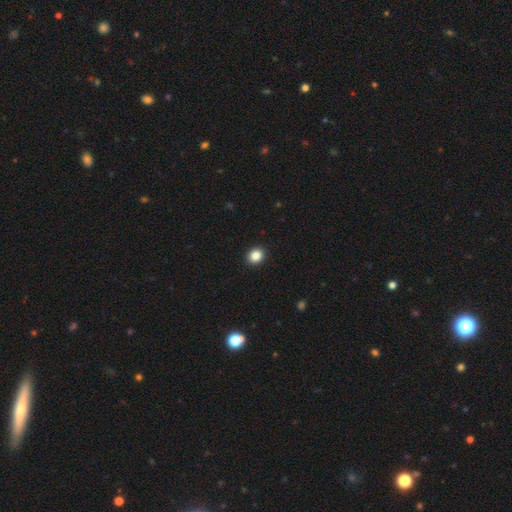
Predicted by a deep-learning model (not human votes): smooth_or_featured: smooth (p=0.86) [alt: star or artifact p=0.10]
how_rounded: round (p=0.68) [alt: in between p=0.31]
merging: none (p=0.93) [alt: minor disturbance p=0.05]